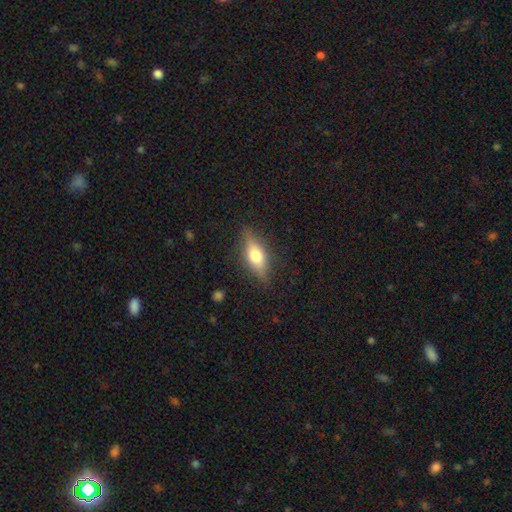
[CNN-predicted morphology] smooth 52%, featured or disk 40%, star or artifact 8%. Down the decision tree: how rounded — in between (58%); merging — none (83%).